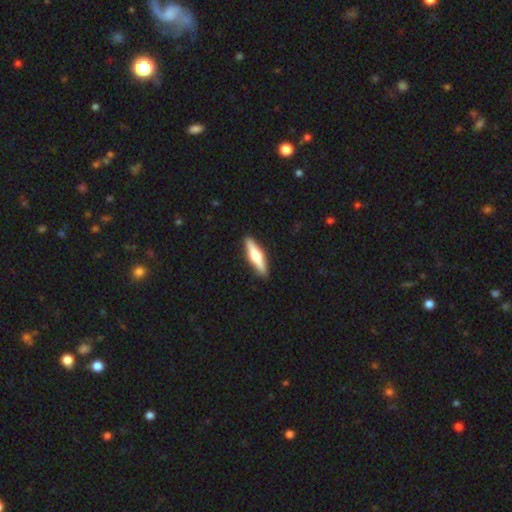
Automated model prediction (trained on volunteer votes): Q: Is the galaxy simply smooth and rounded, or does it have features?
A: featured or disk — 55%.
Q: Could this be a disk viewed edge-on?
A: yes — 96%.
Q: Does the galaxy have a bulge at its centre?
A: rounded — 91%.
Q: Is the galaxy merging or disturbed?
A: none — 91%.